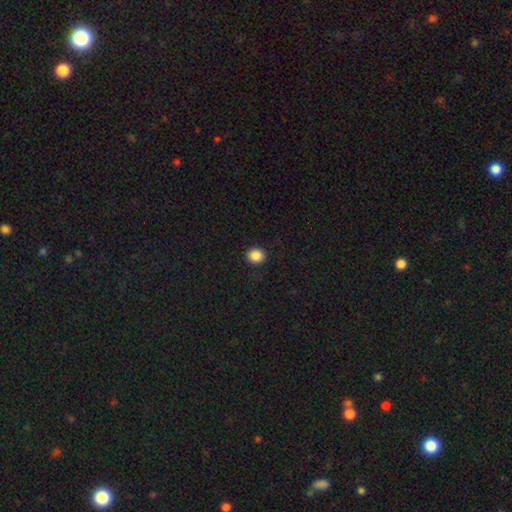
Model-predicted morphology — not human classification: Smooth or featured? Predicted: smooth (p=0.87). How rounded? Predicted: round (p=0.80). Merging? Predicted: none (p=0.92).